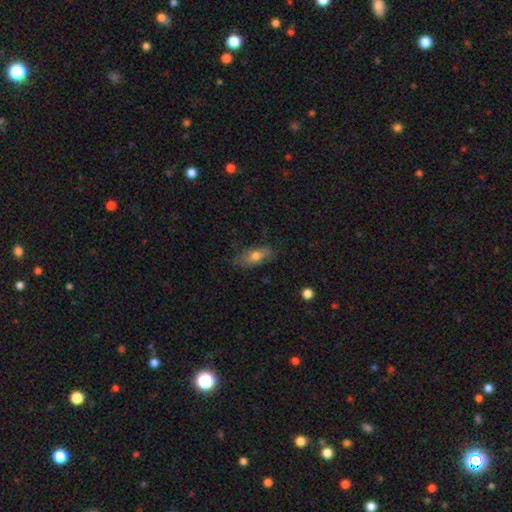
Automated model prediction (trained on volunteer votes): Smooth or featured?
  - smooth: 68% *
  - featured or disk: 24%
  - star or artifact: 7%
How rounded?
  - in between: 78% *
  - cigar-shaped: 17%
  - round: 4%
Merging?
  - none: 75% *
  - minor disturbance: 19%
  - major disturbance: 4%
  - merger: 1%